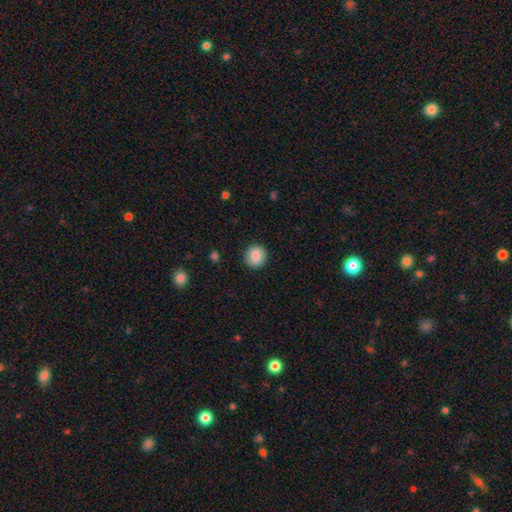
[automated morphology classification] The model was most divided on "how rounded": round: 88%, in between: 11%, cigar-shaped: 1%. More confident: merging — none (91%); smooth or featured — smooth (85%).